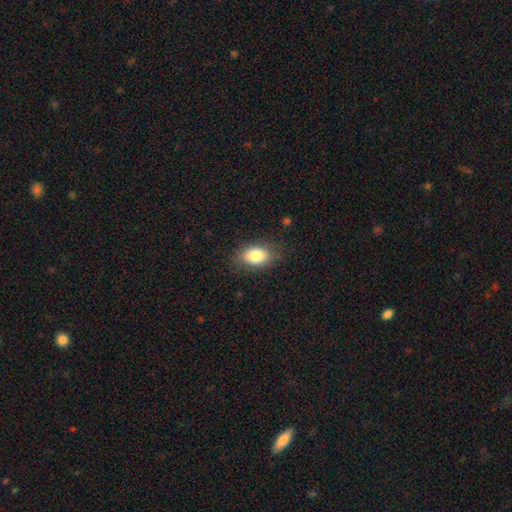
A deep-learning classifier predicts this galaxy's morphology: Q: Smooth or featured?
A: smooth (82%); runner-up: featured or disk (10%)
Q: How rounded?
A: in between (86%); runner-up: round (13%)
Q: Merging?
A: none (82%); runner-up: minor disturbance (13%)